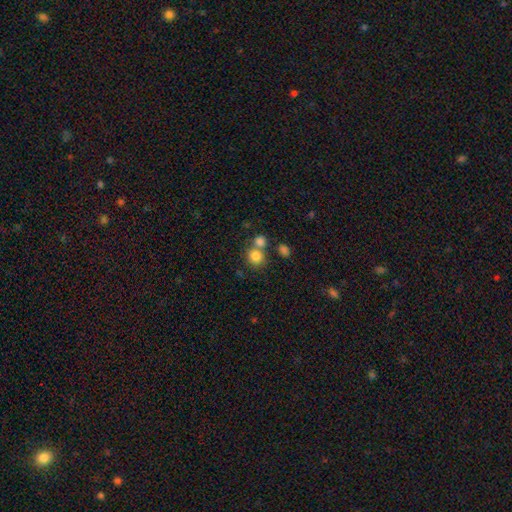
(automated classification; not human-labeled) A smooth galaxy with no disk features (81%) that is round (82%). Merging: none (57%).